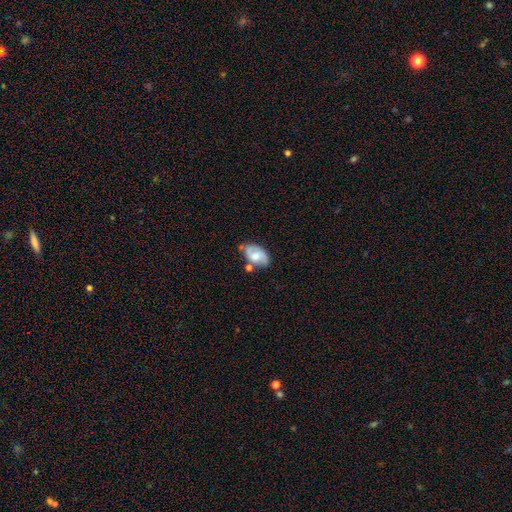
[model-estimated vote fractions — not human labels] Morphology: type=featured or disk (53%); edge-on=no (95%); bar=no (64%); spiral arms=yes (76%); bulge=moderate (62%); merging=none (53%).